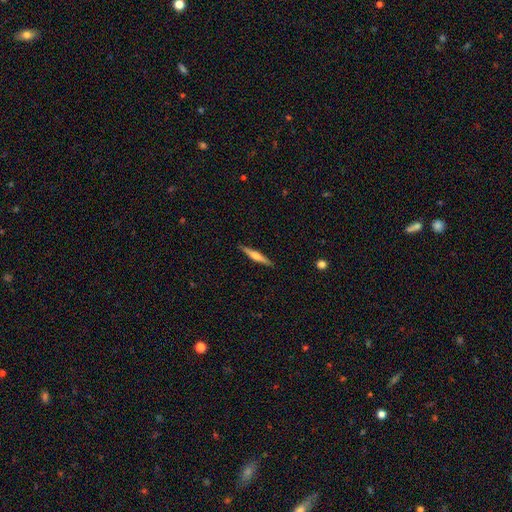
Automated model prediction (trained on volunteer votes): featured or disk 56%, smooth 38%, star or artifact 6%. Down the decision tree: edge-on disk — yes (97%); edge-on bulge — rounded (77%); merging — none (91%).